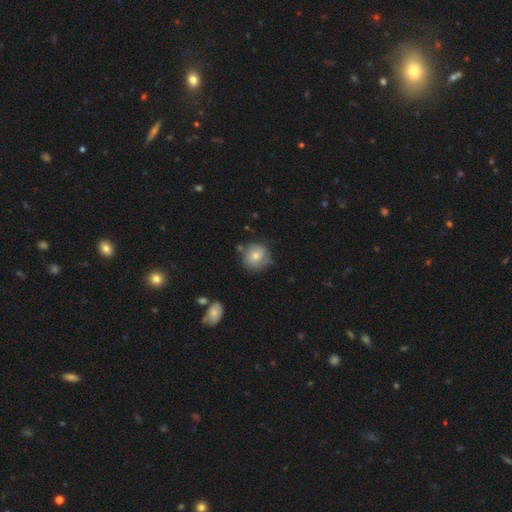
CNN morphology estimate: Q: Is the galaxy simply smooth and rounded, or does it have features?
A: smooth — 56%.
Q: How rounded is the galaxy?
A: round — 87%.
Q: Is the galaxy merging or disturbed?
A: none — 70%.